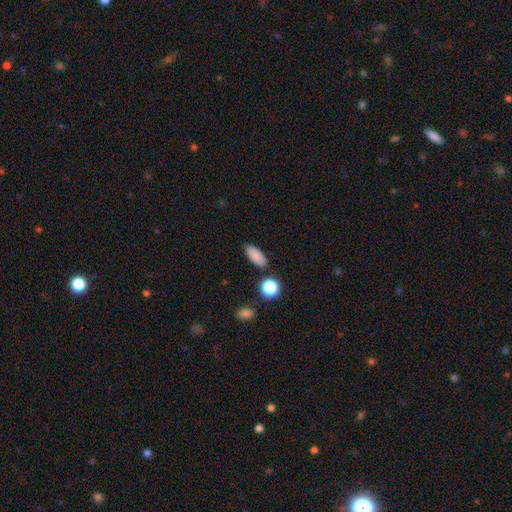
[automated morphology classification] The model was most divided on "how rounded": in between: 83%, cigar-shaped: 13%, round: 5%. More confident: merging — none (85%); smooth or featured — smooth (84%).